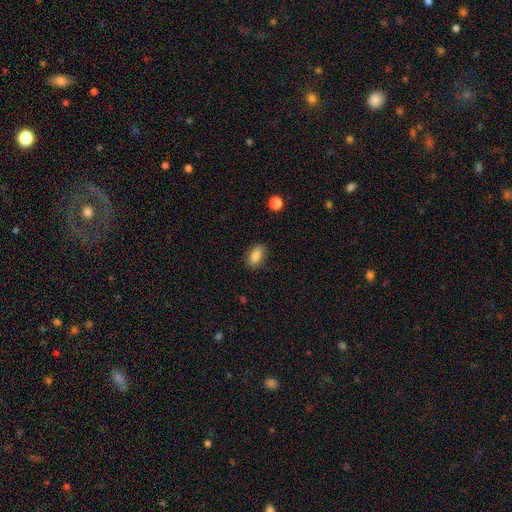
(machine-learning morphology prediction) Overall: smooth (85%). How rounded: in between (87%). Merging: none (84%).